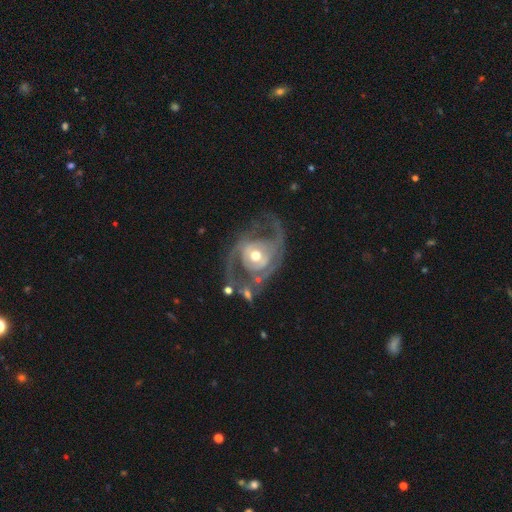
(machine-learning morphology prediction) A featured or disk galaxy (81%) with no bar (63%), 2 (67%) medium (43%) spiral arms (73%) and a moderate central bulge (73%). Merging: none (45%).